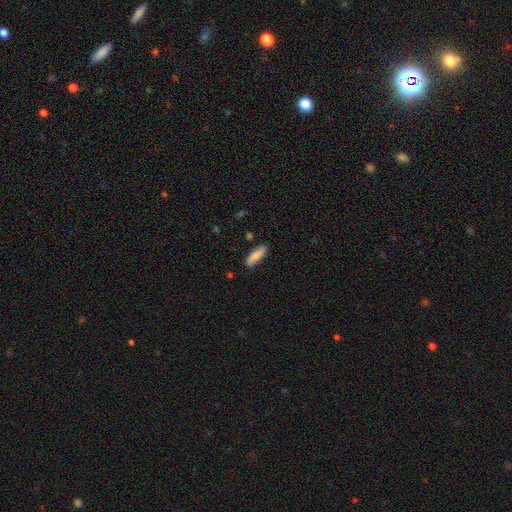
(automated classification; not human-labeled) A smooth galaxy with no disk features (79%) that is cigar-shaped (57%).

Vote fractions:
- Smooth or featured? smooth: 79% / featured or disk: 15% / star or artifact: 6%
- How rounded? cigar-shaped: 57% / in between: 41% / round: 2%
- Merging? none: 84% / minor disturbance: 12% / major disturbance: 2% / merger: 2%